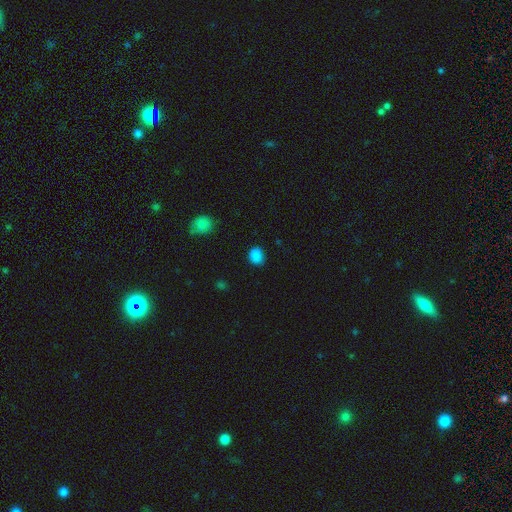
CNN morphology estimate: smooth 86%, star or artifact 10%, featured or disk 4%. Down the decision tree: how rounded — round (59%); merging — none (81%).